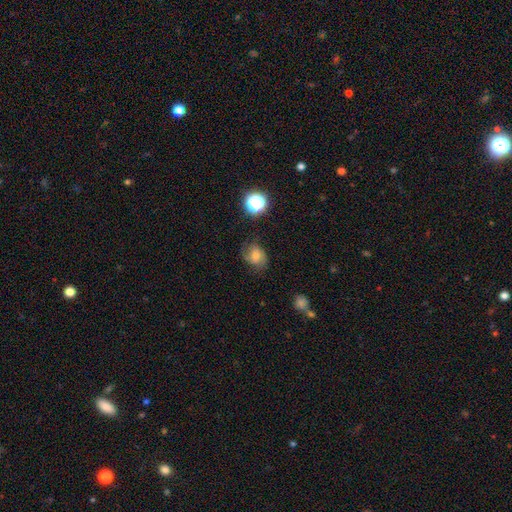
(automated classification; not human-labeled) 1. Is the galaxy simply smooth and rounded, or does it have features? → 51% smooth, 34% featured or disk, 14% star or artifact.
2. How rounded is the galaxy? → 52% in between, 47% round, 1% cigar-shaped.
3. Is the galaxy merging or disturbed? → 66% none, 23% minor disturbance, 10% major disturbance, 2% merger.